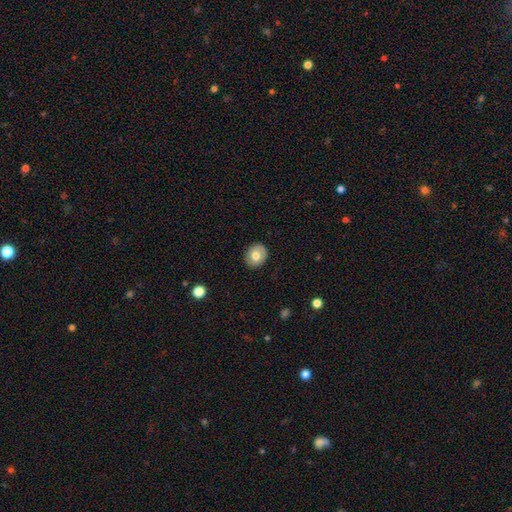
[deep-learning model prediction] This is likely a smooth galaxy (72%). How rounded: likely round (68%). Merging: clearly none (88%).